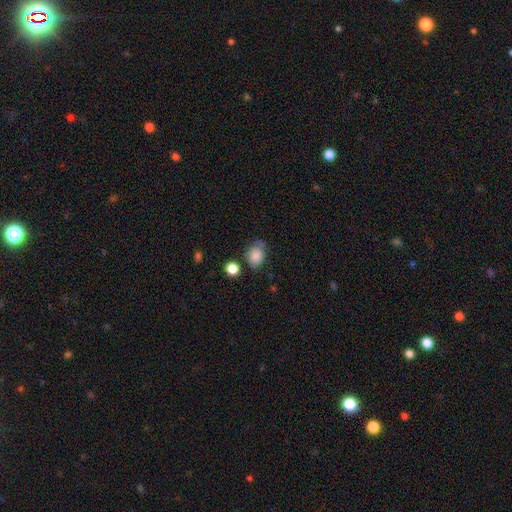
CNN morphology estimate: type=smooth (83%); roundness=in between (55%); merging=none (56%).